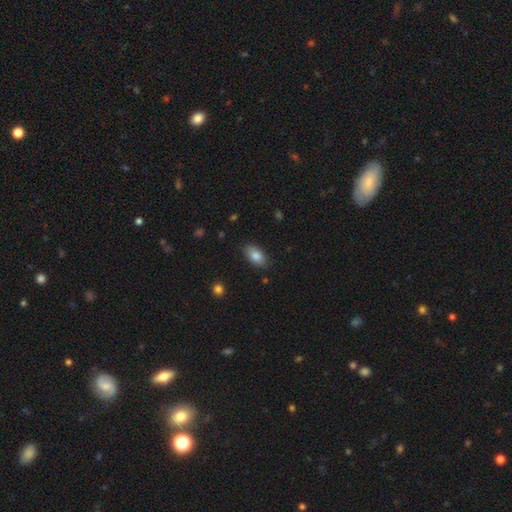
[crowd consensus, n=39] This appears to be a smooth galaxy with no disk features (85%) that is in between round and cigar-shaped (94%). Merging: none (78%).